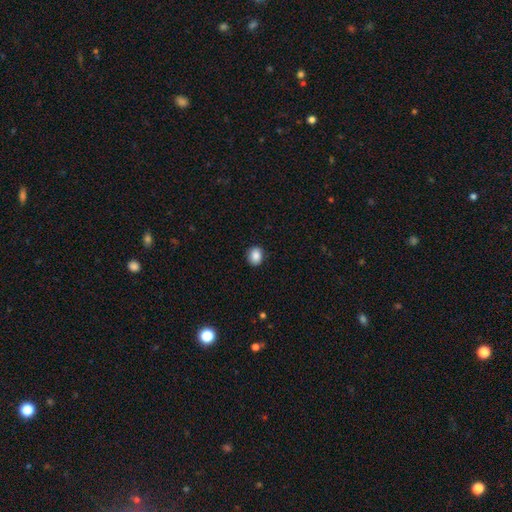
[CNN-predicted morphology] smooth_or_featured: smooth (p=0.88) [alt: star or artifact p=0.08]
how_rounded: round (p=0.61) [alt: in between p=0.39]
merging: none (p=0.89) [alt: minor disturbance p=0.08]